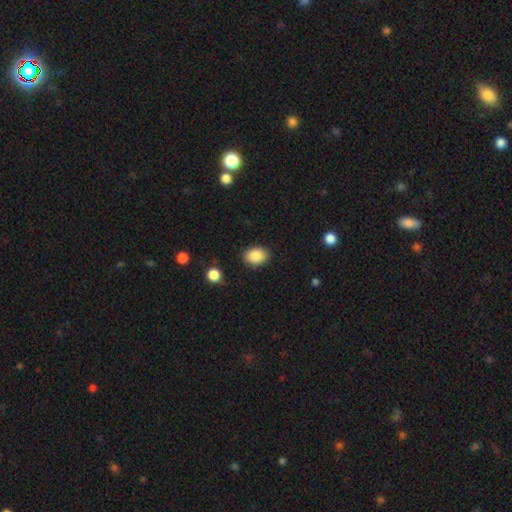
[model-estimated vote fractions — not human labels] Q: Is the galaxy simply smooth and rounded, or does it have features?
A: smooth — 88%.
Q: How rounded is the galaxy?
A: in between — 70%.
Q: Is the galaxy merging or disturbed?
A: none — 87%.